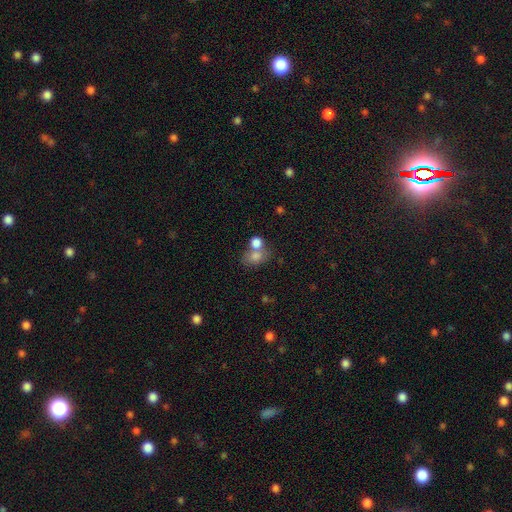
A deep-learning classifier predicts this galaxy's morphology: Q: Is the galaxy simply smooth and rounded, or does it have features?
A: smooth — 78%.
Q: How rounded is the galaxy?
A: in between — 59%.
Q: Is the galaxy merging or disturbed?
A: merger — 44%.